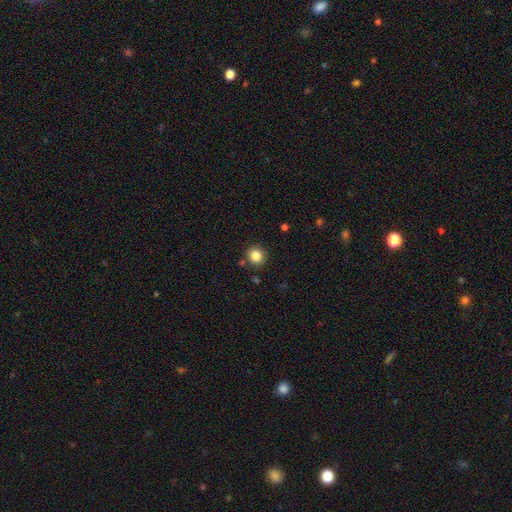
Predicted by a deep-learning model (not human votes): smooth_or_featured: smooth (p=0.85) [alt: star or artifact p=0.10]
how_rounded: round (p=0.88) [alt: in between p=0.11]
merging: none (p=0.87) [alt: minor disturbance p=0.08]